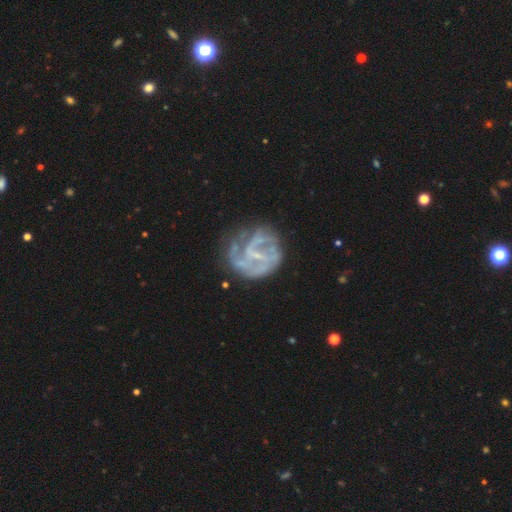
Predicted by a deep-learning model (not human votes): This is likely a featured or disk galaxy (80%). It is clearly not viewed edge-on (98%). Bar: marginally weak (45%). Spiral arm pattern: likely yes (80%). Spiral arm count: marginally can't tell (35%). Spiral winding: marginally tight (40%). Central bulge: possibly small (54%). Merging: possibly none (56%).